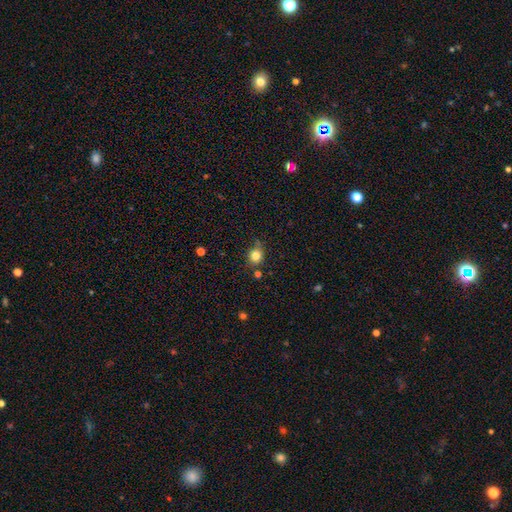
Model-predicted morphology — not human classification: Smooth or featured? Predicted: smooth (p=0.81). How rounded? Predicted: round (p=0.80). Merging? Predicted: none (p=0.71).